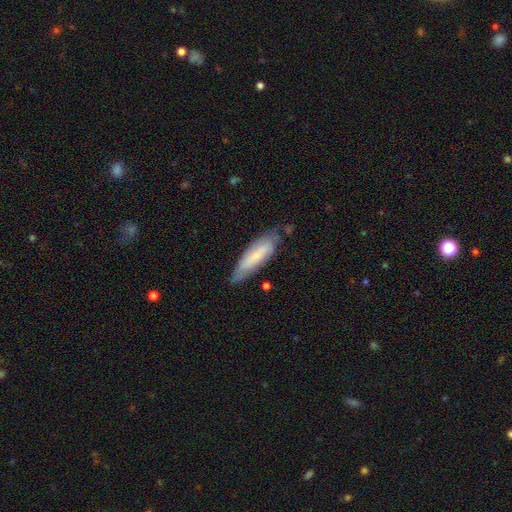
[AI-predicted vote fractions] smooth 64%, featured or disk 30%, star or artifact 6%. Down the decision tree: how rounded — cigar-shaped (59%); merging — none (66%).